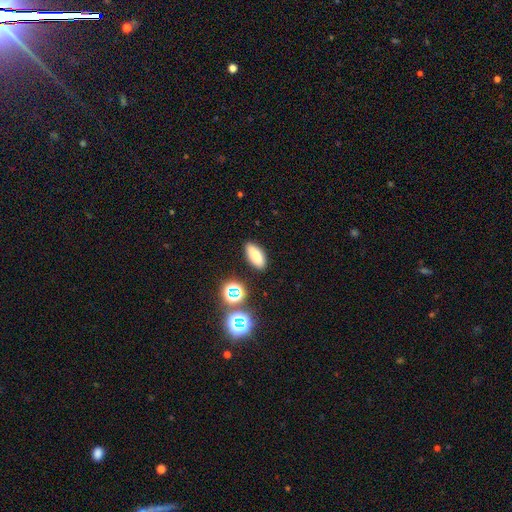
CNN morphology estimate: This appears to be a smooth galaxy with no disk features (79%) that is in between round and cigar-shaped (76%). Merging: none (87%).